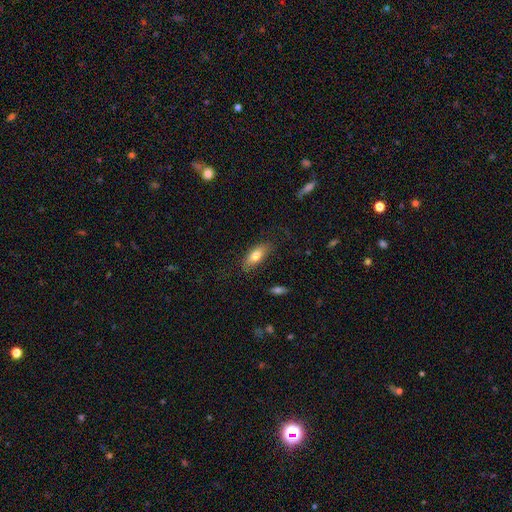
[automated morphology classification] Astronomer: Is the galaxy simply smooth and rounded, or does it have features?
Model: smooth — 75%.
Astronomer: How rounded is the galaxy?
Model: in between — 78%.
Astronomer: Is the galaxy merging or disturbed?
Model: none — 77%.